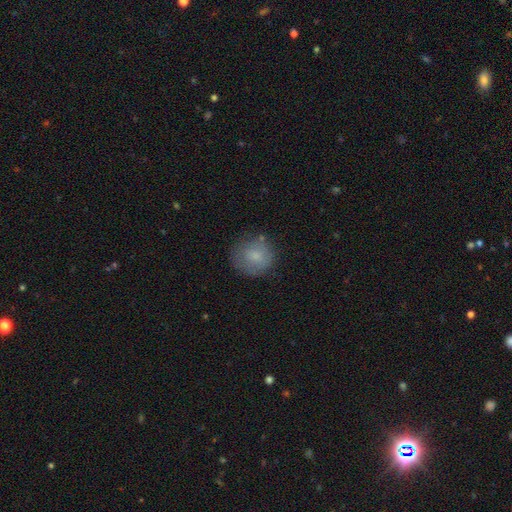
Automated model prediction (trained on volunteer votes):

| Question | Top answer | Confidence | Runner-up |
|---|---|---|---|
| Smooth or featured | smooth | 77% | featured or disk (14%) |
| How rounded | round | 86% | in between (13%) |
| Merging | none | 73% | minor disturbance (18%) |